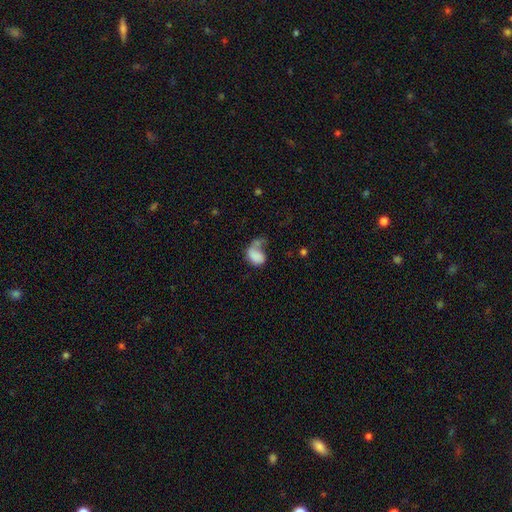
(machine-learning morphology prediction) smooth_or_featured: smooth (p=0.71) [alt: featured or disk p=0.19]
how_rounded: in between (p=0.77) [alt: round p=0.22]
merging: major disturbance (p=0.36) [alt: merger p=0.25]